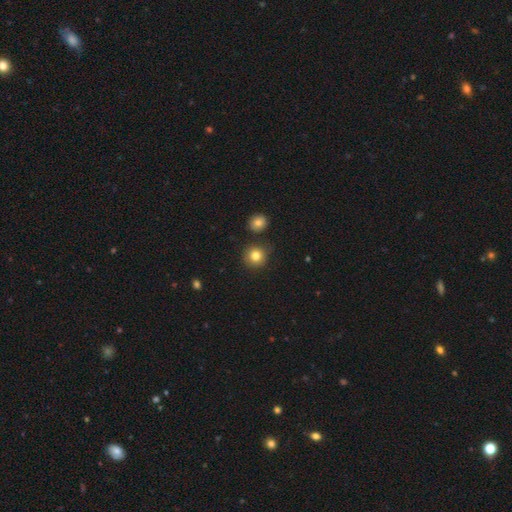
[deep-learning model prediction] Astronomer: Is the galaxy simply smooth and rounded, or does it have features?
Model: smooth — 82%.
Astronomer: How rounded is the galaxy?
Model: round — 91%.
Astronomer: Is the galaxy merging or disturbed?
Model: none — 84%.